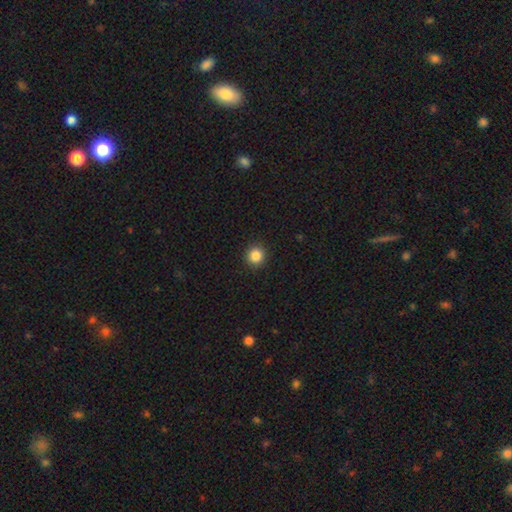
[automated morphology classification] type=smooth (85%); roundness=round (93%); merging=none (93%).